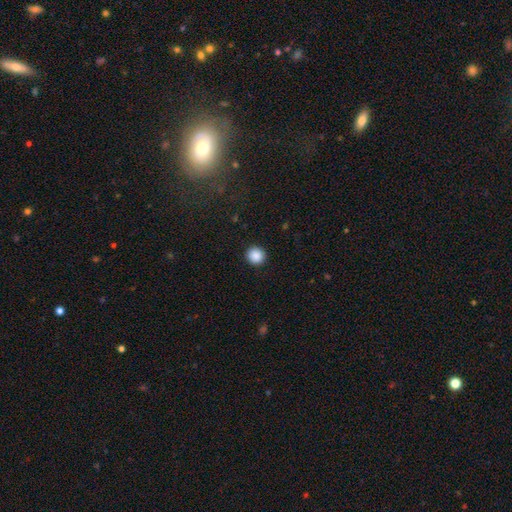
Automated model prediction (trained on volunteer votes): smooth-or-featured: smooth: 89% | star or artifact: 9% | featured or disk: 2%
  how-rounded: round: 94% | in between: 5% | cigar-shaped: 1%
  merging: none: 92% | minor disturbance: 5% | major disturbance: 2% | merger: 1%